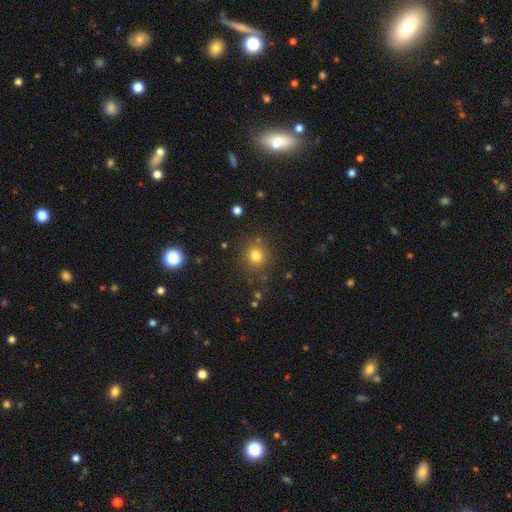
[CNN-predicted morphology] A smooth galaxy with no disk features (78%) that is round (87%). Merging: none (82%).